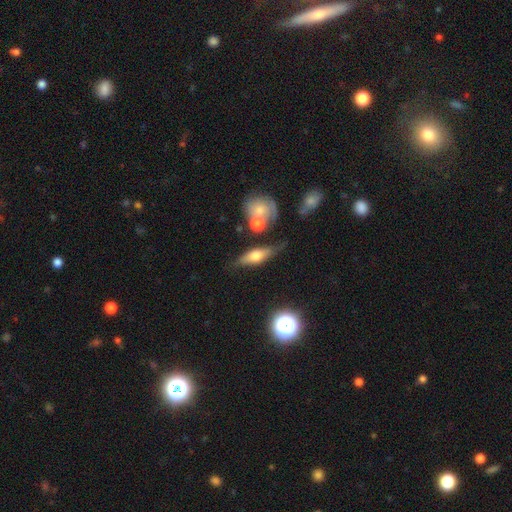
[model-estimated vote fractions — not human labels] A smooth galaxy with no disk features (47%).

Vote fractions:
- Smooth or featured? smooth: 47% / featured or disk: 44% / star or artifact: 8%
- Merging? none: 63% / minor disturbance: 21% / merger: 9% / major disturbance: 7%